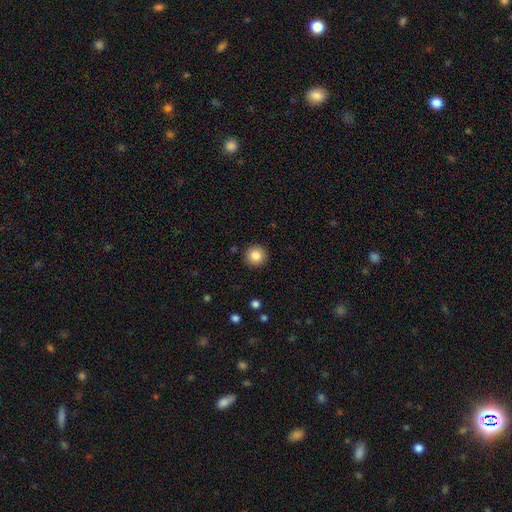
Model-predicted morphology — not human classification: Smooth or featured: smooth — 84% (star or artifact — 9%)
How rounded: round — 96% (in between — 3%)
Merging: none — 92% (minor disturbance — 5%)